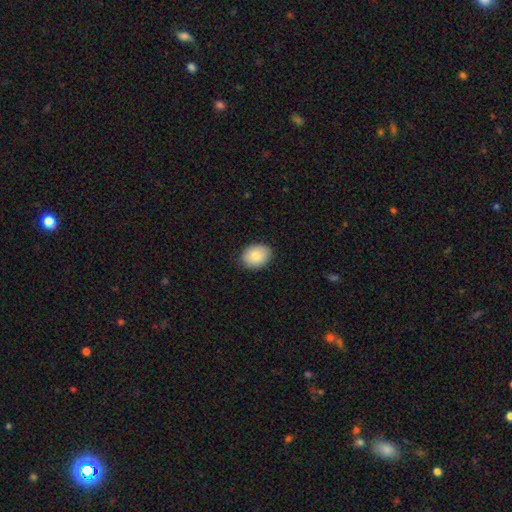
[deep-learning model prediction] Q: Smooth or featured?
A: smooth (84%); runner-up: featured or disk (9%)
Q: How rounded?
A: in between (60%); runner-up: round (39%)
Q: Merging?
A: none (88%); runner-up: minor disturbance (10%)